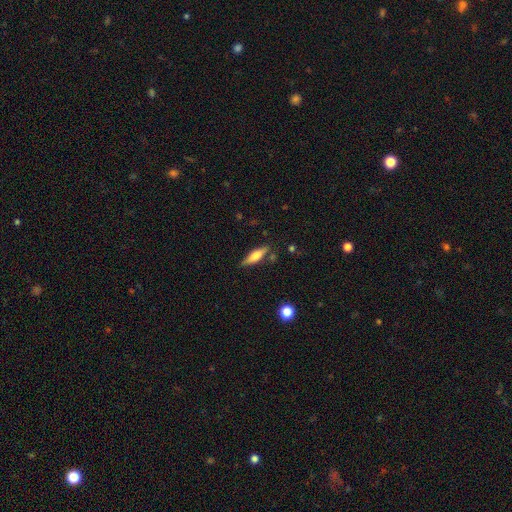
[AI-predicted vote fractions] smooth 54%, featured or disk 40%, star or artifact 7%. Down the decision tree: how rounded — cigar-shaped (61%); merging — none (81%).